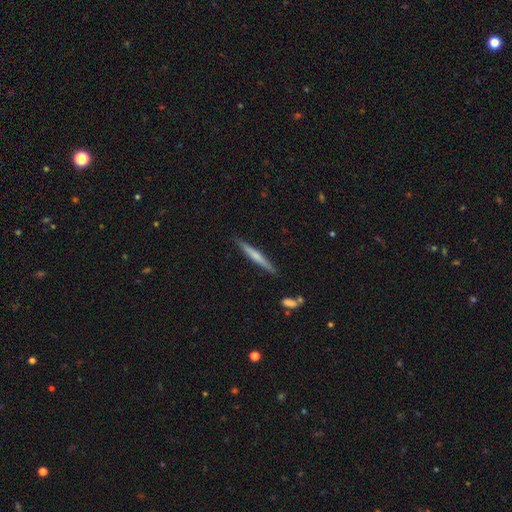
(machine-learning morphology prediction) smooth-or-featured: smooth: 47% (tied) | featured or disk: 47% (tied) | star or artifact: 5%
  merging: none: 88% | minor disturbance: 8% | merger: 2% | major disturbance: 2%